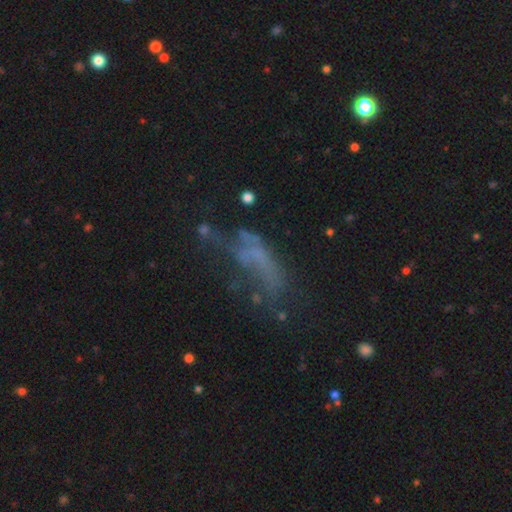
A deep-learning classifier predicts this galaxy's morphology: The model was most divided on "merging": major disturbance: 38%, none: 33%, minor disturbance: 19%, merger: 9%. Remaining: smooth or featured — featured or disk (43%).